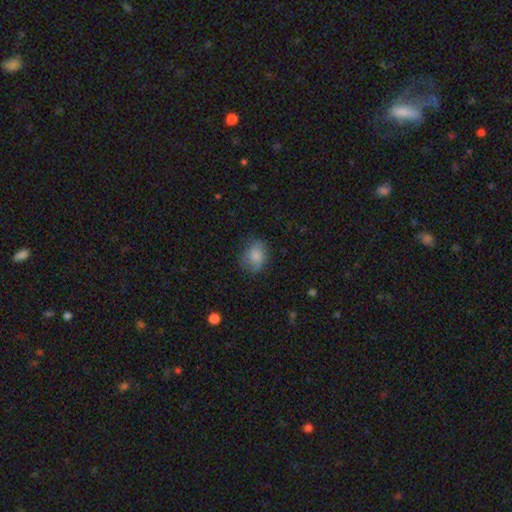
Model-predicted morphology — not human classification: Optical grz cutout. It shows a smooth galaxy with no disk features (79%) that is in between round and cigar-shaped (53%). Merging: none (65%).